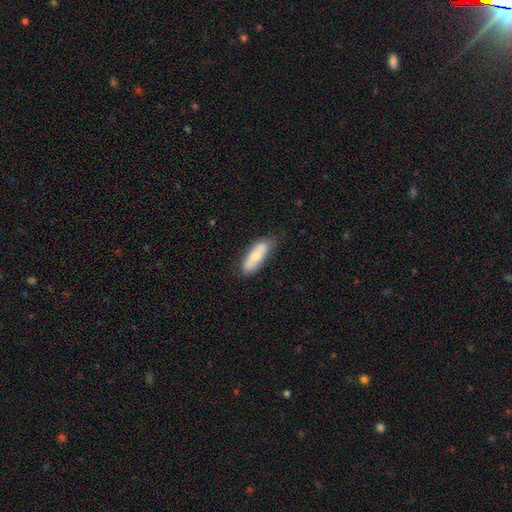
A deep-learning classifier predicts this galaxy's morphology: Smooth or featured? smooth (67%)
How rounded? in between (61%)
Merging? none (74%)